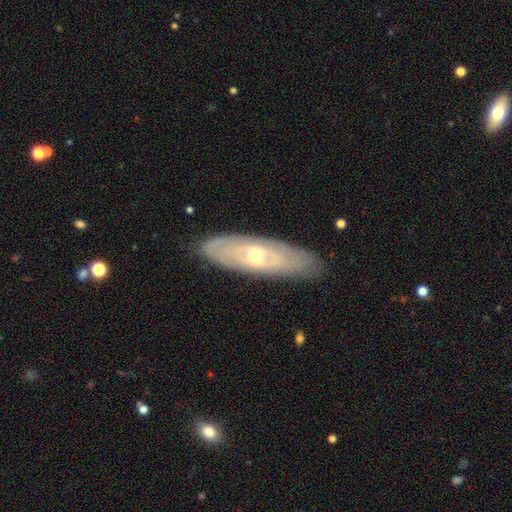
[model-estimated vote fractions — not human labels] A featured or disk galaxy (67%).

Vote fractions:
- Smooth or featured? featured or disk: 67% / smooth: 26% / star or artifact: 7%
- Edge-on disk? no: 69% / yes: 31%
- Merging? none: 84% / minor disturbance: 12% / major disturbance: 3% / merger: 1%